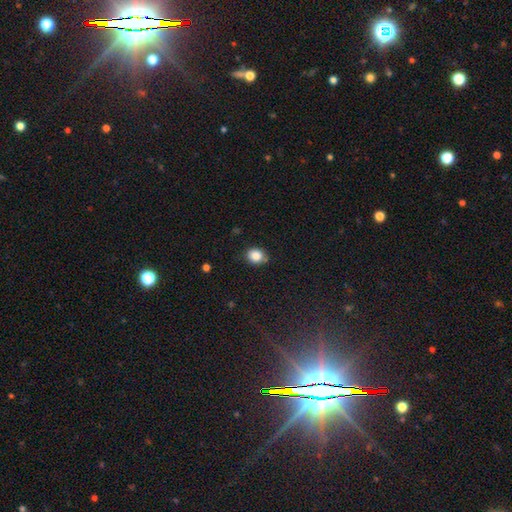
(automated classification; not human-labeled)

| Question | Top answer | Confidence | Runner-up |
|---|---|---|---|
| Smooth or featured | smooth | 85% | star or artifact (10%) |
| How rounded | round | 65% | in between (34%) |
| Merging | none | 78% | minor disturbance (15%) |